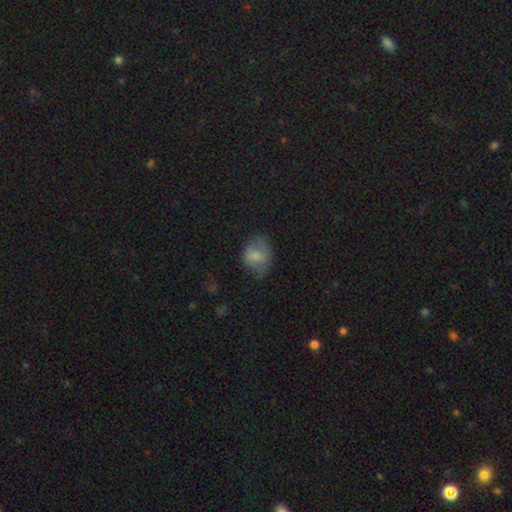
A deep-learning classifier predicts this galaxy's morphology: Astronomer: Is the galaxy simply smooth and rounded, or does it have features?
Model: smooth — 64%.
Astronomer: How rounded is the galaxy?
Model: in between — 53% (runner-up: round, 46%).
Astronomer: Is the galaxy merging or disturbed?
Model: none — 50% (runner-up: minor disturbance, 32%).